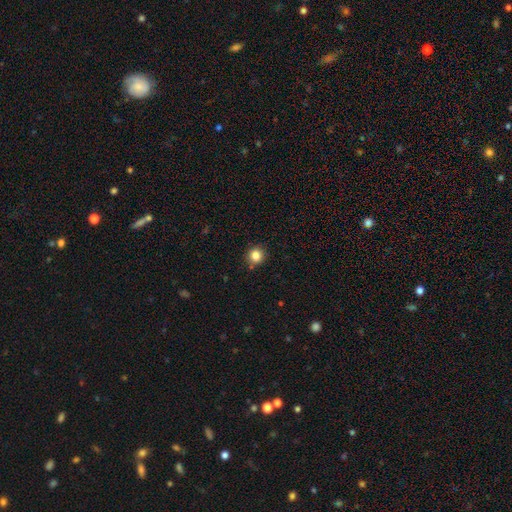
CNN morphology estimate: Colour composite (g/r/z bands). It shows a smooth galaxy with no disk features (83%) that is round (91%). Merging: none (86%).